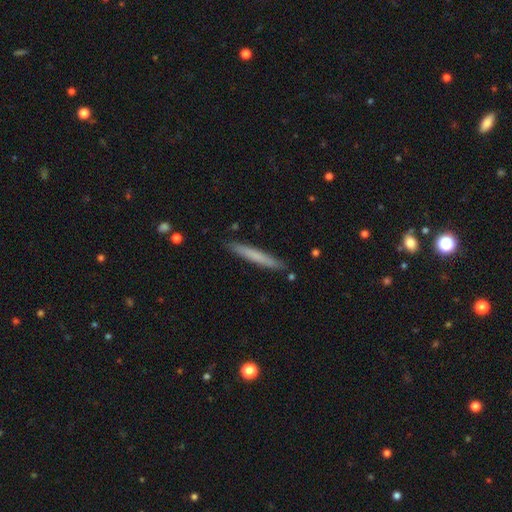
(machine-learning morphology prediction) smooth-or-featured: smooth: 68% | featured or disk: 26% | star or artifact: 6%
  how-rounded: cigar-shaped: 96% | in between: 3% | round: 1%
  merging: none: 88% | minor disturbance: 9% | merger: 2% | major disturbance: 2%